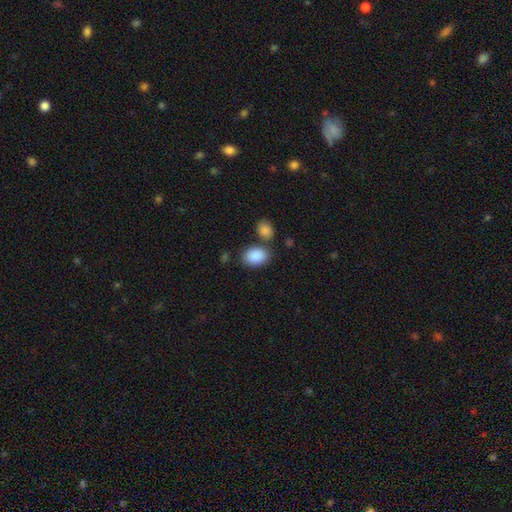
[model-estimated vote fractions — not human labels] This appears to be a smooth galaxy with no disk features (89%) that is in between round and cigar-shaped (85%). Merging: none (68%).